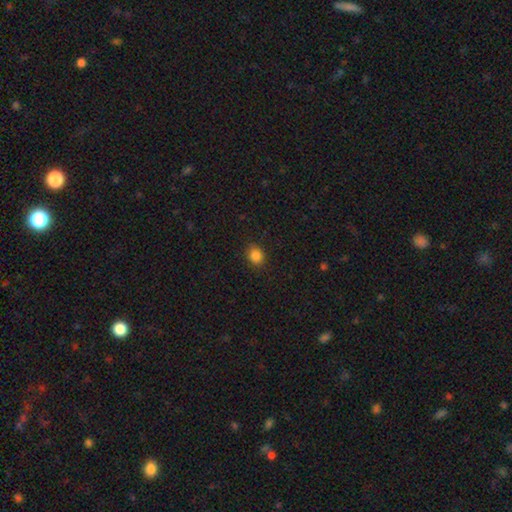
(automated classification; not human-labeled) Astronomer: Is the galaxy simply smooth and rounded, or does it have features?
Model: smooth — 85%.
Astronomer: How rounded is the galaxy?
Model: round — 68%.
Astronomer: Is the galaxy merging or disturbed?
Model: none — 86%.